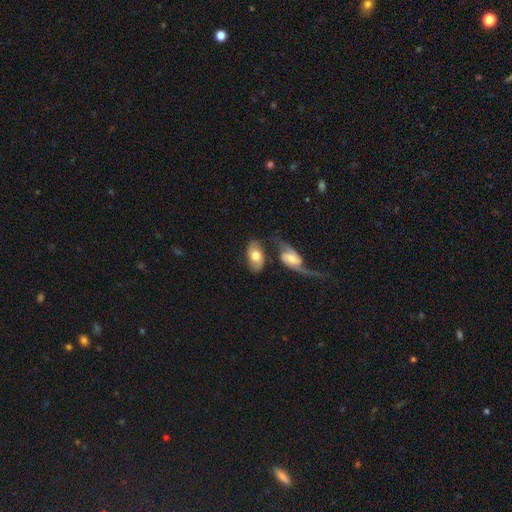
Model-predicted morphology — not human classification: This is possibly a smooth galaxy (52%). How rounded: clearly in between (90%). Merging: possibly none (49%).